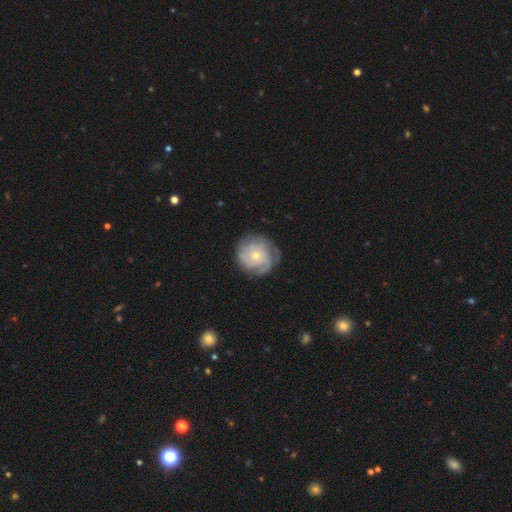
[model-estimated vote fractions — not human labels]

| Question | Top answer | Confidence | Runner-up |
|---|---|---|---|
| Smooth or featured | featured or disk | 71% | smooth (23%) |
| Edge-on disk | no | 98% | yes (2%) |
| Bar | no | 83% | weak (15%) |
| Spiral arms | yes | 88% | no (12%) |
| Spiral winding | tight | 64% | medium (27%) |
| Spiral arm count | can't tell | 39% | 3 (23%) |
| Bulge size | small | 54% | moderate (42%) |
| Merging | none | 70% | minor disturbance (20%) |